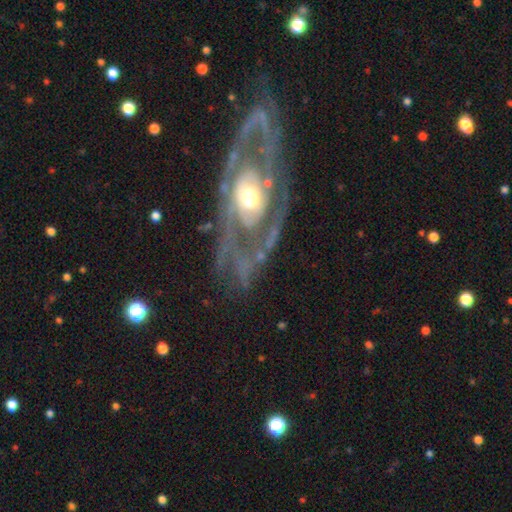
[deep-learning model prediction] Smooth or featured?
  - featured or disk: 87% *
  - smooth: 8%
  - star or artifact: 6%
Edge-on disk?
  - no: 89% *
  - yes: 11%
Bar?
  - no: 70% *
  - weak: 19%
  - strong: 10%
Spiral arms?
  - yes: 81% *
  - no: 19%
Spiral winding?
  - tight: 48% *
  - medium: 38%
  - loose: 14%
Spiral arm count?
  - 2: 61% *
  - can't tell: 20%
  - 3: 7%
  - 1: 5%
  - 4: 4%
  - more than 4: 4%
Bulge size?
  - moderate: 60% *
  - small: 24%
  - large: 12%
  - dominant: 2%
  - none: 1%
Merging?
  - none: 78% *
  - minor disturbance: 13%
  - major disturbance: 8%
  - merger: 2%